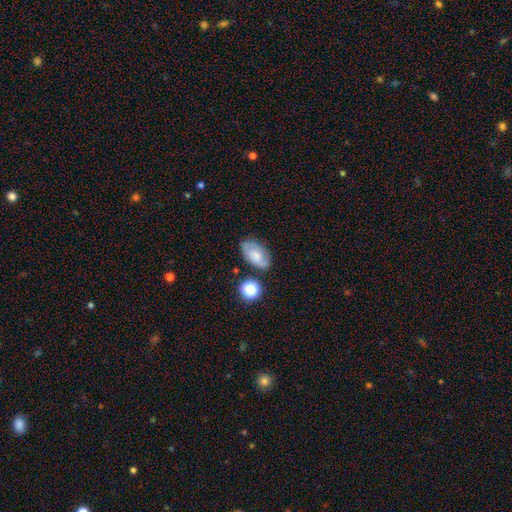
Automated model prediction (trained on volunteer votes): Smooth or featured? smooth (54%)
How rounded? in between (90%)
Merging? none (68%)